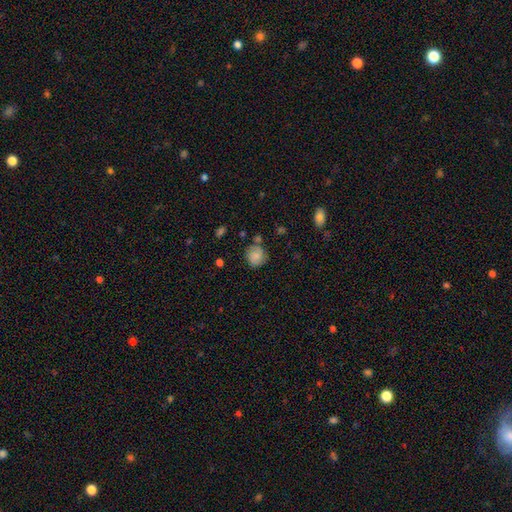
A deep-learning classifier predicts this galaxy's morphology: This appears to be a smooth galaxy with no disk features (66%) that is round (78%). Merging: none (63%).